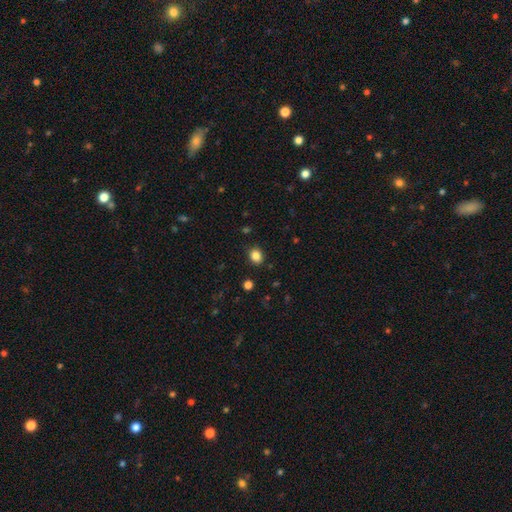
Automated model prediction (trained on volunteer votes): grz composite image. It shows a smooth galaxy with no disk features (85%) that is round (56%). Merging: none (89%).